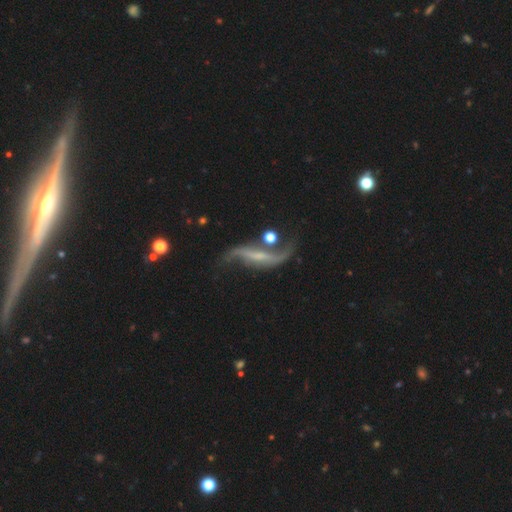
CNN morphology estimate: This is clearly a featured or disk galaxy (86%). It is clearly not viewed edge-on (84%). Bar: marginally strong (39%). Spiral arm pattern: clearly yes (93%). Spiral arm count: clearly 2 (91%). Spiral winding: clearly loose (90%). Central bulge: possibly small (53%). Merging: possibly none (54%).